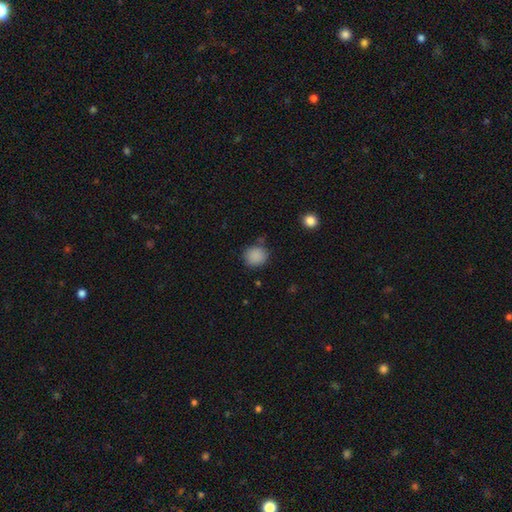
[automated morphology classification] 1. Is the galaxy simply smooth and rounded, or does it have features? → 88% smooth, 9% star or artifact, 3% featured or disk.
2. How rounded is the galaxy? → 82% round, 17% in between, 1% cigar-shaped.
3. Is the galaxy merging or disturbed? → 80% none, 13% minor disturbance, 4% major disturbance, 3% merger.